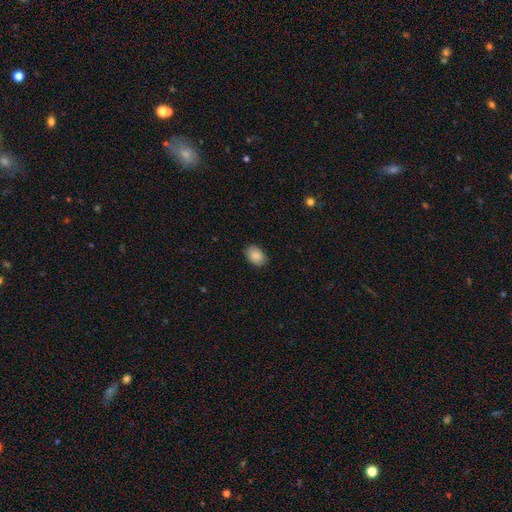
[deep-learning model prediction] A smooth galaxy with no disk features (88%) that is in between round and cigar-shaped (83%). Merging: none (87%).